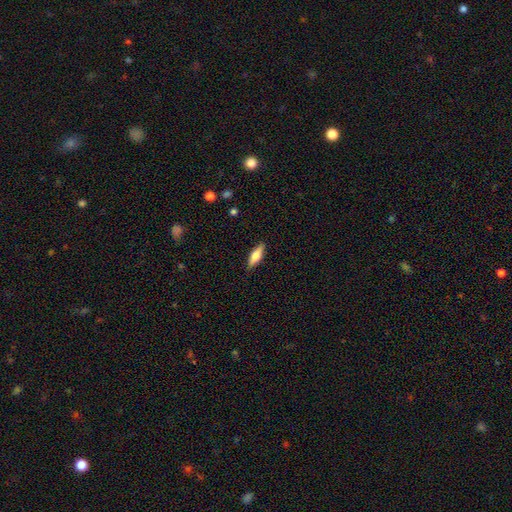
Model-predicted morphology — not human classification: Smooth or featured? Predicted: smooth (p=0.57). How rounded? Predicted: in between (p=0.50). Merging? Predicted: none (p=0.88).